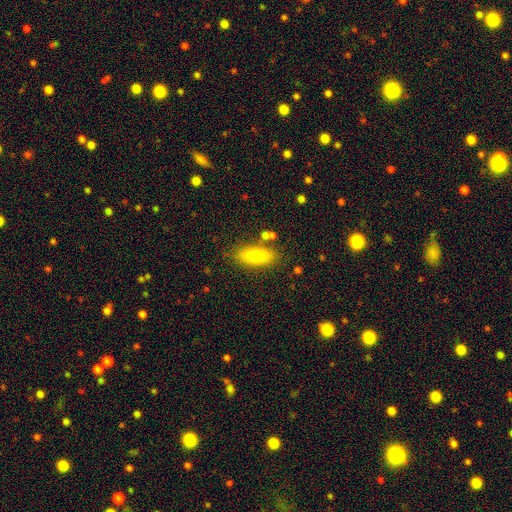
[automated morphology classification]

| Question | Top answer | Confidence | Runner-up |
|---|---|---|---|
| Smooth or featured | smooth | 73% | featured or disk (20%) |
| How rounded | in between | 76% | cigar-shaped (20%) |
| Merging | none | 80% | minor disturbance (12%) |